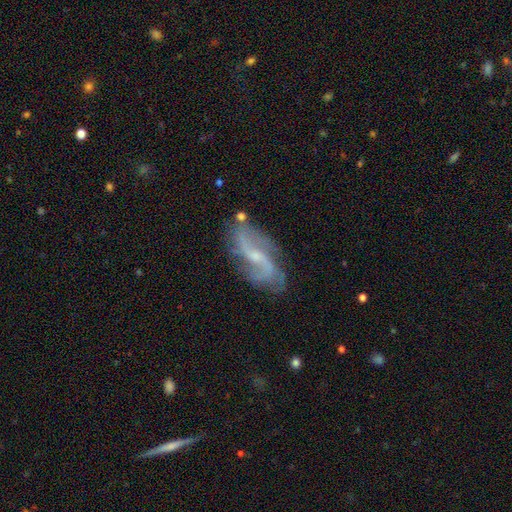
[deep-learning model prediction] A featured or disk galaxy (83%) with a weak bar (49%), 2 (78%) loose (56%) spiral arms (94%) and a small central bulge (62%).

Vote fractions:
- Smooth or featured? featured or disk: 83% / smooth: 9% / star or artifact: 7%
- Edge-on disk? no: 93% / yes: 7%
- Bar? weak: 49% / no: 31% / strong: 20%
- Spiral arms? yes: 94% / no: 6%
- Spiral winding? loose: 56% / medium: 32% / tight: 11%
- Spiral arm count? 2: 78% / can't tell: 9% / 3: 6% / 1: 3% / 4: 2% / more than 4: 2%
- Bulge size? small: 62% / moderate: 28% / none: 8% / large: 1% / dominant: 1%
- Merging? none: 73% / minor disturbance: 18% / major disturbance: 7% / merger: 3%